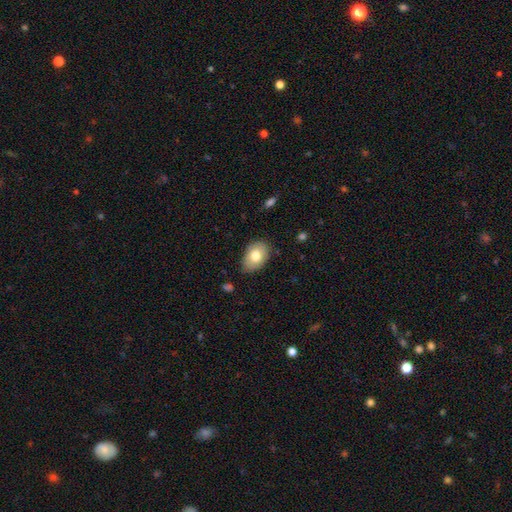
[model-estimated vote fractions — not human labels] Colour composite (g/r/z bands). It shows a smooth galaxy with no disk features (77%) that is in between round and cigar-shaped (85%). Merging: none (81%).